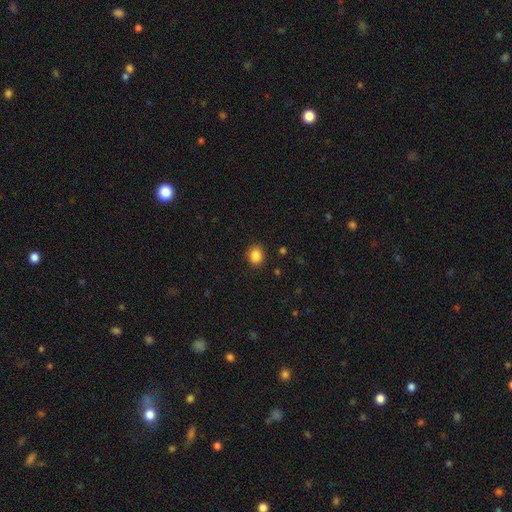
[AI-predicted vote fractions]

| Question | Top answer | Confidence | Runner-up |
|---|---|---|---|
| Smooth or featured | smooth | 86% | star or artifact (10%) |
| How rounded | round | 64% | in between (36%) |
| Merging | none | 88% | minor disturbance (9%) |